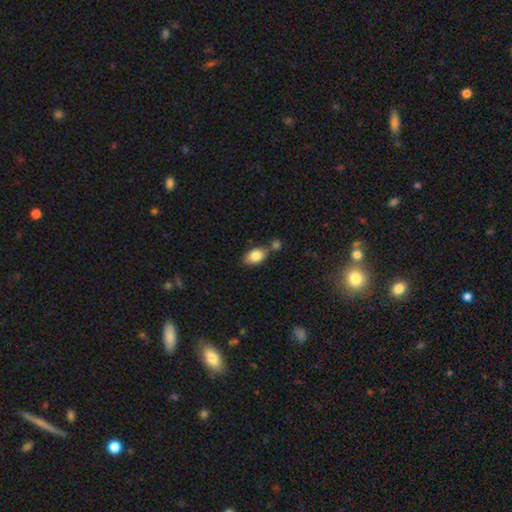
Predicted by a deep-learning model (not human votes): This is clearly a smooth galaxy (84%). How rounded: clearly in between (88%). Merging: likely none (62%).